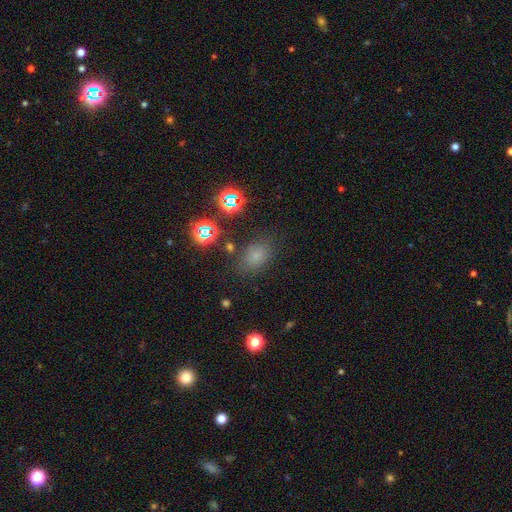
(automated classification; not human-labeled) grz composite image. It shows a smooth galaxy with no disk features (67%) that is in between round and cigar-shaped (73%). Merging: none (77%).